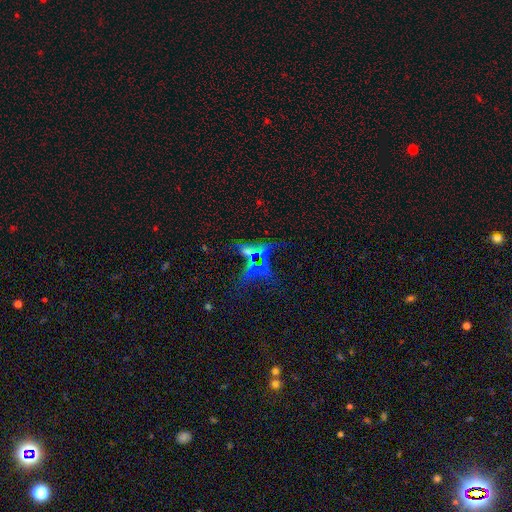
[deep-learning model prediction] A star or artifact, not a galaxy (43%).